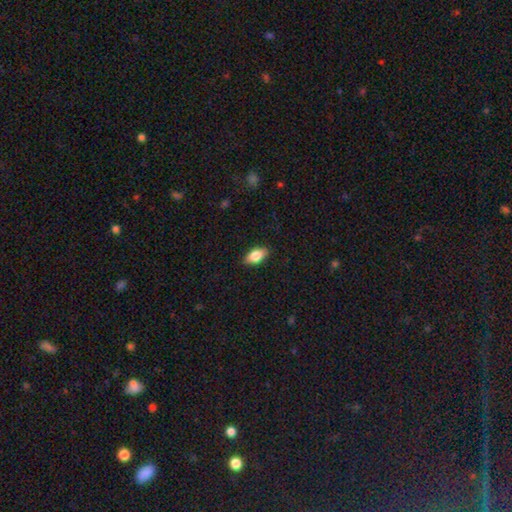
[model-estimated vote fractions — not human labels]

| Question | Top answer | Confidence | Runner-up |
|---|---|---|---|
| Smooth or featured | smooth | 80% | featured or disk (13%) |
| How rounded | in between | 90% | cigar-shaped (5%) |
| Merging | none | 87% | minor disturbance (10%) |